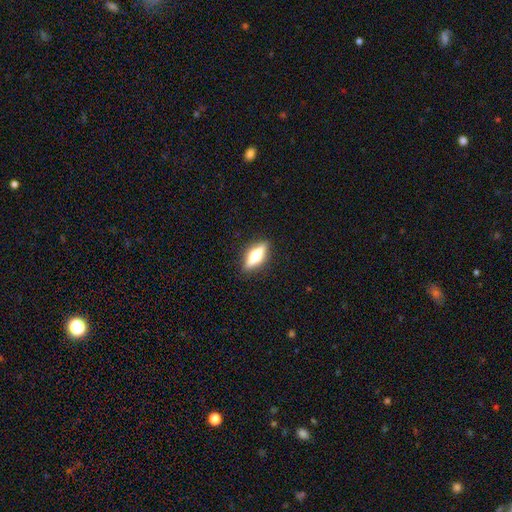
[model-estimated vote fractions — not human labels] Morphology: type=featured or disk (58%); edge-on=yes (94%); edge-on bulge=rounded (95%); merging=none (90%).